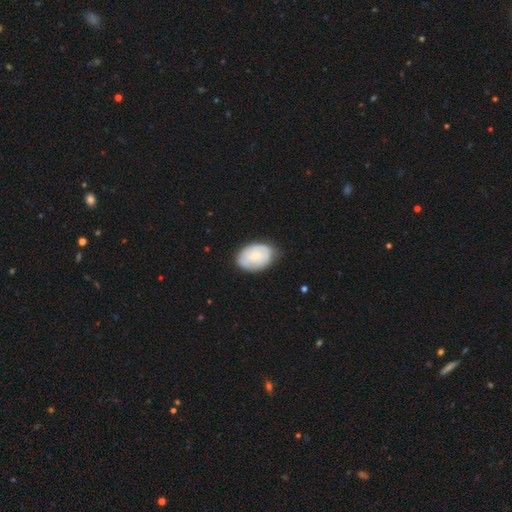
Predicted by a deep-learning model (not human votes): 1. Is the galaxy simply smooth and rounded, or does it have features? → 56% smooth, 38% featured or disk, 6% star or artifact.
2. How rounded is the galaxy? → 84% in between, 15% round, 1% cigar-shaped.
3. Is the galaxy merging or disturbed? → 74% none, 20% minor disturbance, 4% major disturbance, 1% merger.